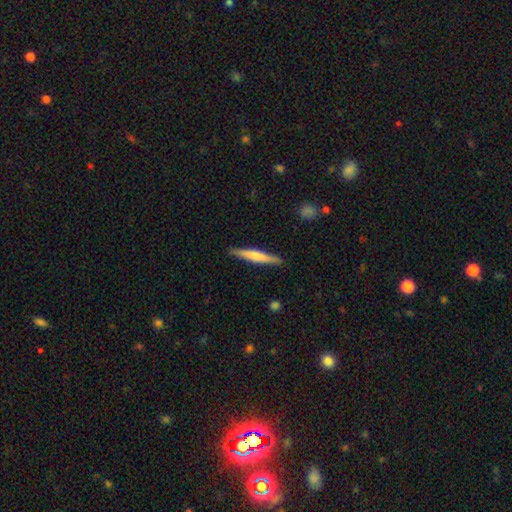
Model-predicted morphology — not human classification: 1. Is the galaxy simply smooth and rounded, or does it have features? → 52% smooth, 43% featured or disk, 5% star or artifact.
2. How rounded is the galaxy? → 94% cigar-shaped, 5% in between, 1% round.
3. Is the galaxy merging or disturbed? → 89% none, 8% minor disturbance, 2% major disturbance, 1% merger.